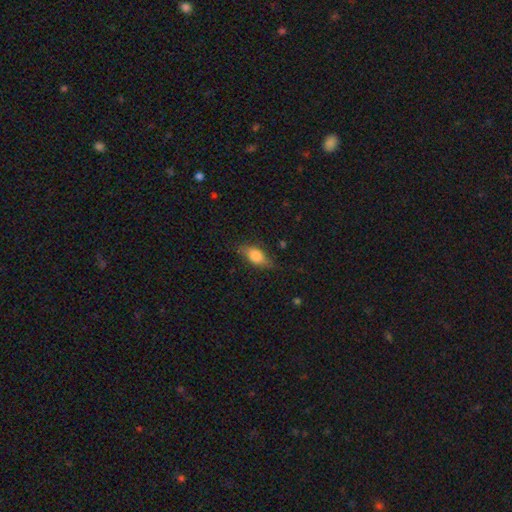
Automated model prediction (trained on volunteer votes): This appears to be a smooth galaxy with no disk features (72%) that is in between round and cigar-shaped (80%). Merging: none (72%).